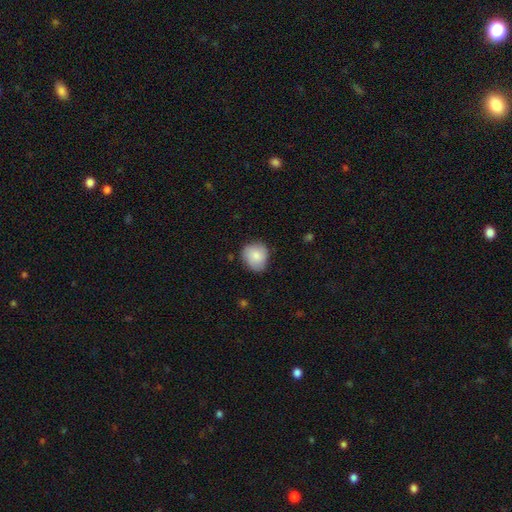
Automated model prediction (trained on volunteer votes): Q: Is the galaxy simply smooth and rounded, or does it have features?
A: smooth — 80%.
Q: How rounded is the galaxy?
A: round — 77%.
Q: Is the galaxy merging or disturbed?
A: none — 73%.